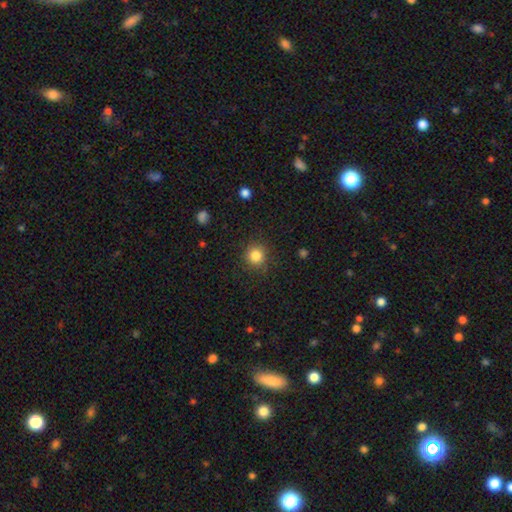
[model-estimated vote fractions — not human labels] smooth 84%, star or artifact 11%, featured or disk 5%. Down the decision tree: how rounded — round (92%); merging — none (87%).